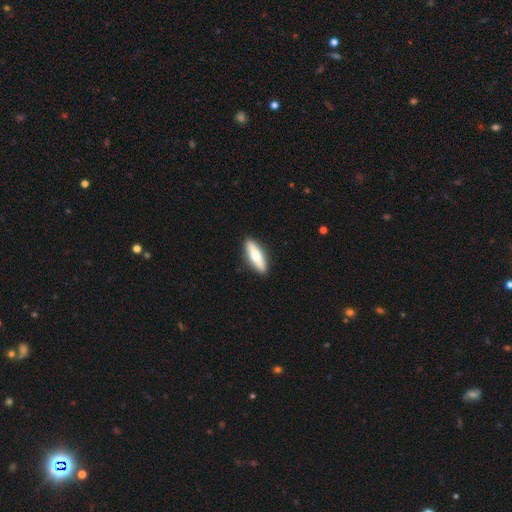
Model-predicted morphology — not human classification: Q: Smooth or featured?
A: smooth (63%); runner-up: featured or disk (32%)
Q: How rounded?
A: cigar-shaped (54%); runner-up: in between (44%)
Q: Merging?
A: none (90%); runner-up: minor disturbance (7%)